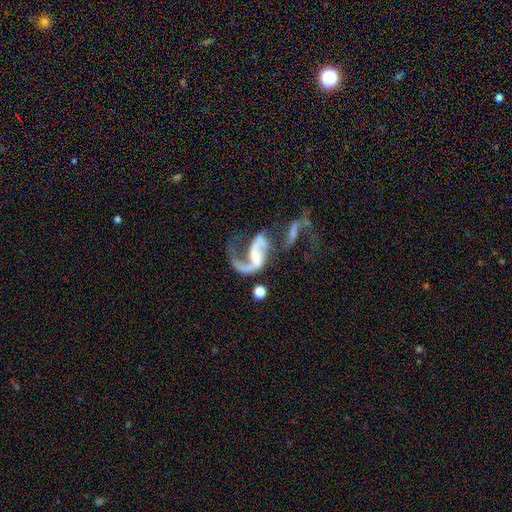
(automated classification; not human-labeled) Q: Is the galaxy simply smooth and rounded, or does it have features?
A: featured or disk — 83%.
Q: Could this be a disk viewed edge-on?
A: no — 97%.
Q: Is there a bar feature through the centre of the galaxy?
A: no — 40%.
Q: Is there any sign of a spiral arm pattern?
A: yes — 89%.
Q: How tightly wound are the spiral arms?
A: loose — 71%.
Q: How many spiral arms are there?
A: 2 — 49%.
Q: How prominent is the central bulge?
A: small — 33%, tied with none.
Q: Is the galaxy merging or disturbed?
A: major disturbance — 35%.